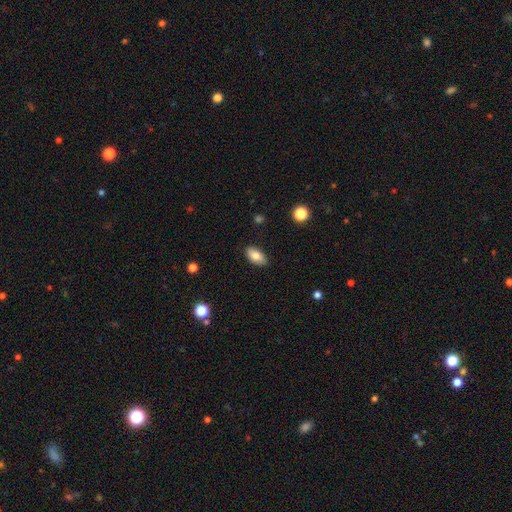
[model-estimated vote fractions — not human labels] Smooth or featured?
  - smooth: 80% *
  - featured or disk: 13%
  - star or artifact: 7%
How rounded?
  - in between: 91% *
  - cigar-shaped: 6%
  - round: 4%
Merging?
  - none: 87% *
  - minor disturbance: 10%
  - major disturbance: 2%
  - merger: 1%